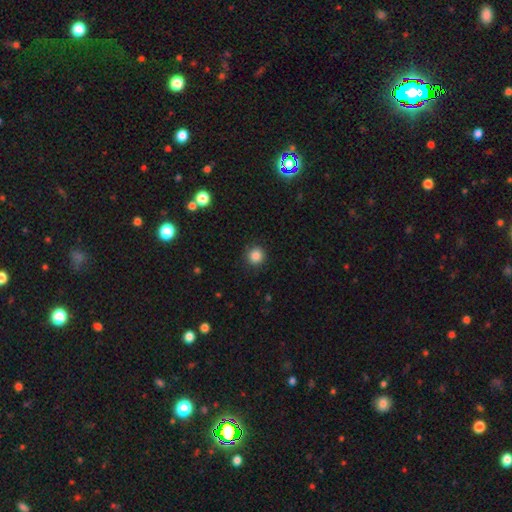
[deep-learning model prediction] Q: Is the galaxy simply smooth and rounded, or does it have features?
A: smooth — 86%.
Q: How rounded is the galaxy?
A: round — 93%.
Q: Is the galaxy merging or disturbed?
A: none — 90%.